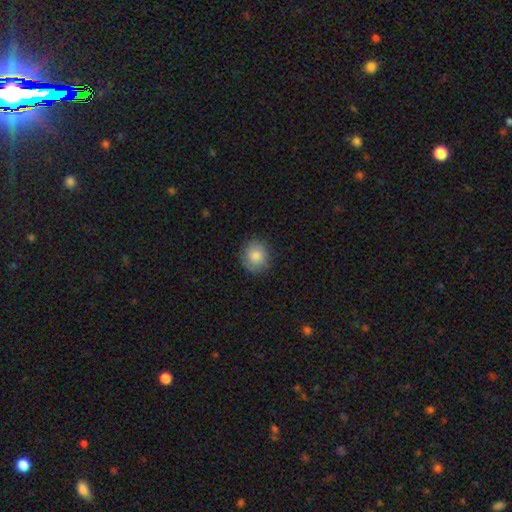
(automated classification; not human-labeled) Q: Smooth or featured?
A: smooth (84%); runner-up: star or artifact (8%)
Q: How rounded?
A: round (84%); runner-up: in between (15%)
Q: Merging?
A: none (85%); runner-up: minor disturbance (11%)